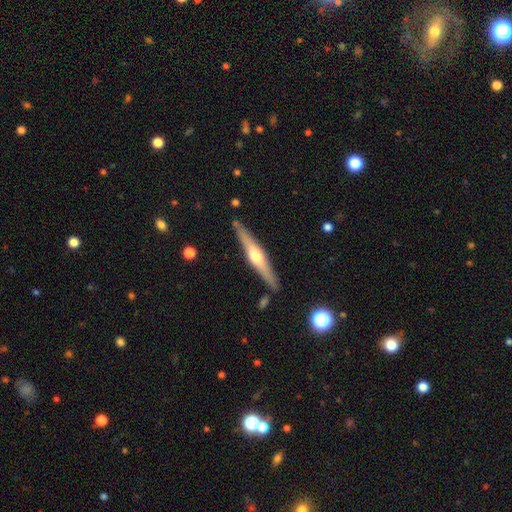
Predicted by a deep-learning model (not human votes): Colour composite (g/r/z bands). It shows a featured or disk galaxy (69%) viewed edge-on (97%) with a rounded central bulge (92%). Merging: none (86%).